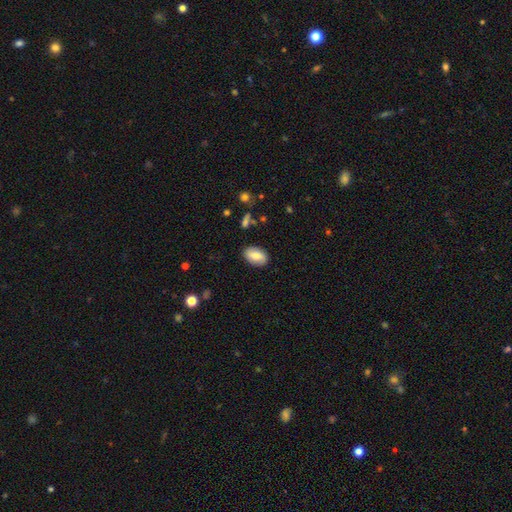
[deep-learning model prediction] A smooth galaxy with no disk features (72%) that is in between round and cigar-shaped (90%).

Vote fractions:
- Smooth or featured? smooth: 72% / featured or disk: 20% / star or artifact: 7%
- How rounded? in between: 90% / round: 9% / cigar-shaped: 2%
- Merging? none: 85% / minor disturbance: 11% / major disturbance: 3% / merger: 1%